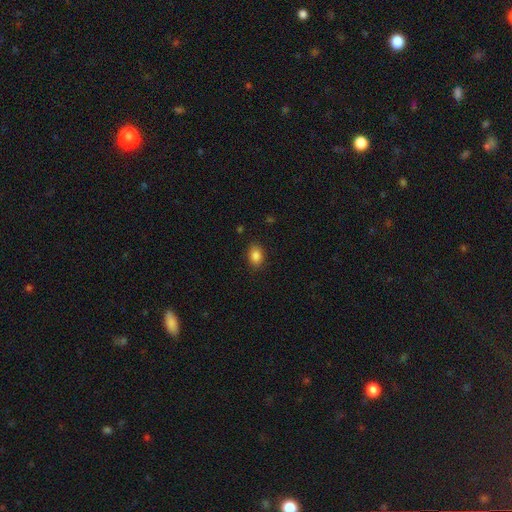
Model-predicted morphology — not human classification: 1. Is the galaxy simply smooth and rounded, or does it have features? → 86% smooth, 9% star or artifact, 4% featured or disk.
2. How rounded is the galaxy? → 78% in between, 21% round, 1% cigar-shaped.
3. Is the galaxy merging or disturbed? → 87% none, 10% minor disturbance, 3% major disturbance, 1% merger.